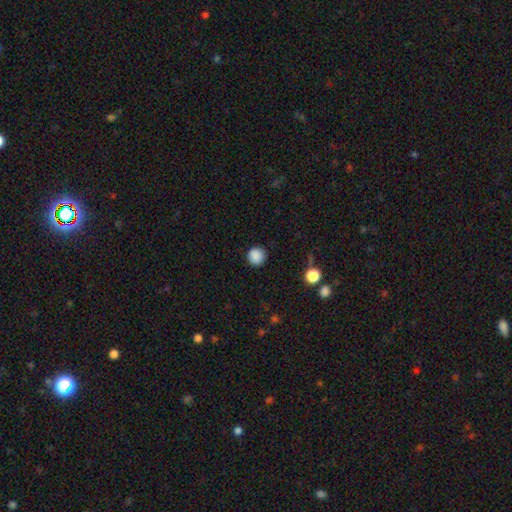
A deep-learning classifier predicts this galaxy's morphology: Smooth or featured?
  - smooth: 87% *
  - star or artifact: 10%
  - featured or disk: 3%
How rounded?
  - round: 94% *
  - in between: 5%
  - cigar-shaped: 1%
Merging?
  - none: 90% *
  - minor disturbance: 7%
  - major disturbance: 2%
  - merger: 1%